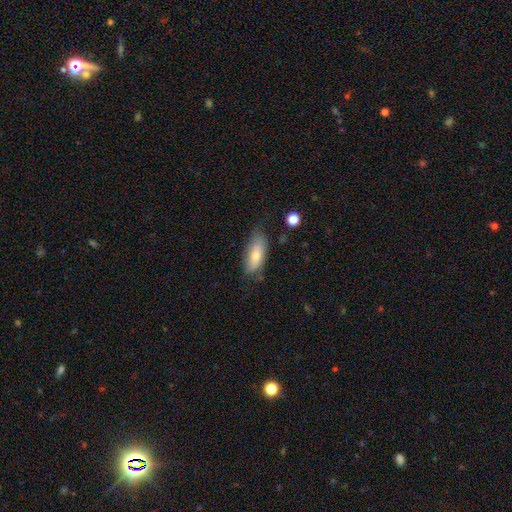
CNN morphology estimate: The model was most divided on "merging": none: 63%, minor disturbance: 28%, major disturbance: 6%, merger: 2%. More confident: how rounded — in between (76%); smooth or featured — smooth (69%).